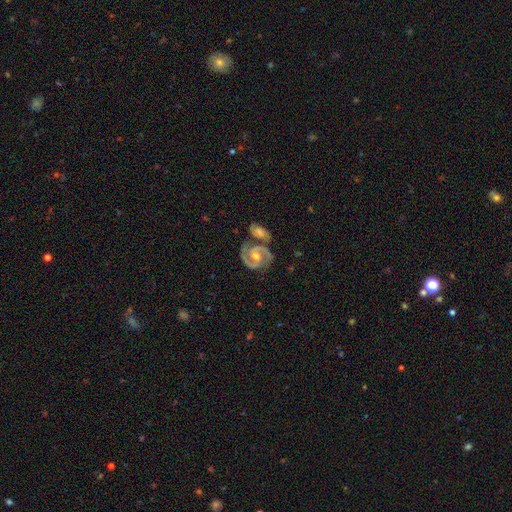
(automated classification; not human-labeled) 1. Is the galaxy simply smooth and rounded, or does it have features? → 92% featured or disk, 4% star or artifact, 4% smooth.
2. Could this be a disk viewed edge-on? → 98% no, 2% yes.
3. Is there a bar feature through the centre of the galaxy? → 42% weak, 38% no, 20% strong.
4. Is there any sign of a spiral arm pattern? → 98% yes, 2% no.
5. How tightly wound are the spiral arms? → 54% medium, 39% tight, 7% loose.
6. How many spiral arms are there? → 92% 2, 3% 3, 2% can't tell, 1% 1, 1% 4, 1% more than 4.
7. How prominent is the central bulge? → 59% moderate, 35% small, 3% large, 2% none, 1% dominant.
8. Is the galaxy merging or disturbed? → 62% none, 19% merger, 15% minor disturbance, 5% major disturbance.